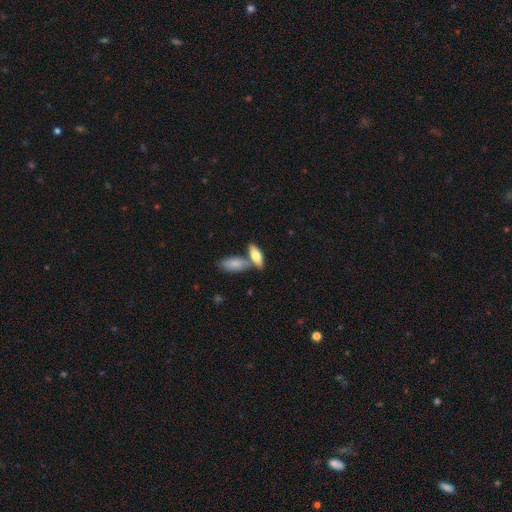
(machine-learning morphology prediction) Q: Smooth or featured?
A: smooth (72%); runner-up: featured or disk (22%)
Q: How rounded?
A: in between (72%); runner-up: cigar-shaped (25%)
Q: Merging?
A: none (55%); runner-up: merger (31%)